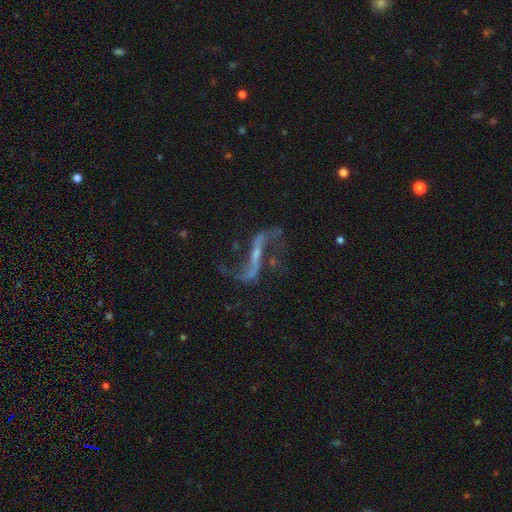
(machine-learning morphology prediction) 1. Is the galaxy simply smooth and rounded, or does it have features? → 88% featured or disk, 8% star or artifact, 5% smooth.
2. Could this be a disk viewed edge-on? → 89% no, 11% yes.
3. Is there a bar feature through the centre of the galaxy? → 51% strong, 29% weak, 20% no.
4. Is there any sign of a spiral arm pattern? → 93% yes, 7% no.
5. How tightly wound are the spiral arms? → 91% loose, 6% medium, 2% tight.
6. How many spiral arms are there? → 92% 2, 3% 1, 2% can't tell, 1% 3, 1% 4, 1% more than 4.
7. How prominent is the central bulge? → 59% small, 26% none, 12% moderate, 2% large, 1% dominant.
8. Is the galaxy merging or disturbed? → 63% none, 17% major disturbance, 15% minor disturbance, 4% merger.